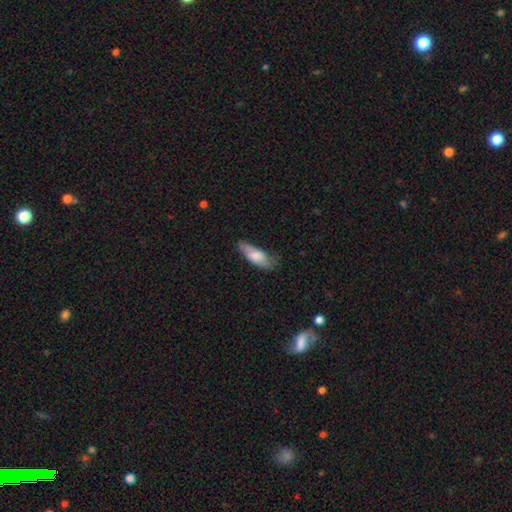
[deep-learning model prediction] Smooth or featured? smooth (78%)
How rounded? in between (64%)
Merging? none (52%)